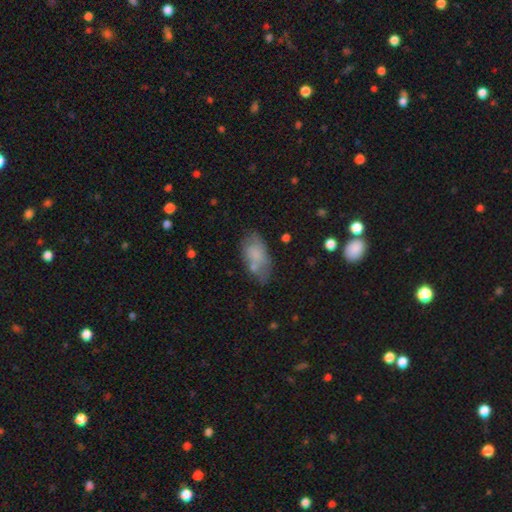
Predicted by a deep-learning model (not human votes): The model was most divided on "merging": none: 53%, minor disturbance: 25%, merger: 12%, major disturbance: 10%. More confident: how rounded — in between (91%); smooth or featured — smooth (70%).